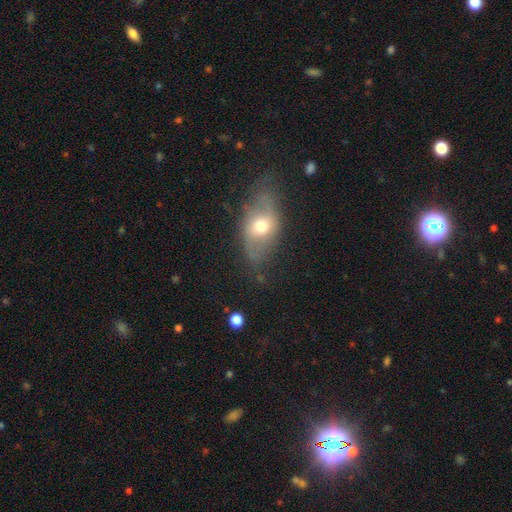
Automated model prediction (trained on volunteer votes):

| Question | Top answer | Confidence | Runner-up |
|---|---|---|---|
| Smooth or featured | featured or disk | 52% | smooth (38%) |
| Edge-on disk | no | 81% | yes (19%) |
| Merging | none | 67% | minor disturbance (22%) |